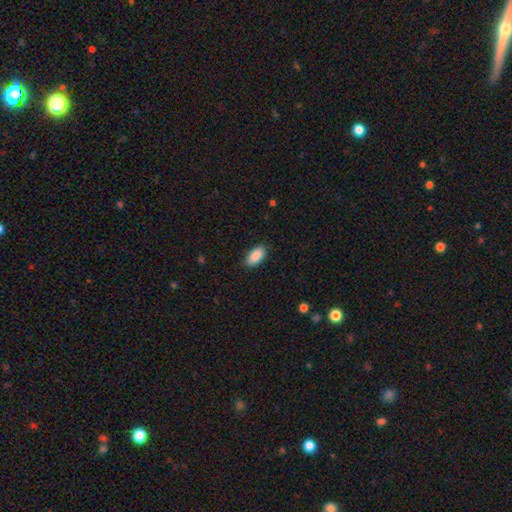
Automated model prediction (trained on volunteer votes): The model was most divided on "merging": none: 87%, minor disturbance: 10%, major disturbance: 2%, merger: 1%. More confident: how rounded — in between (94%); smooth or featured — smooth (89%).